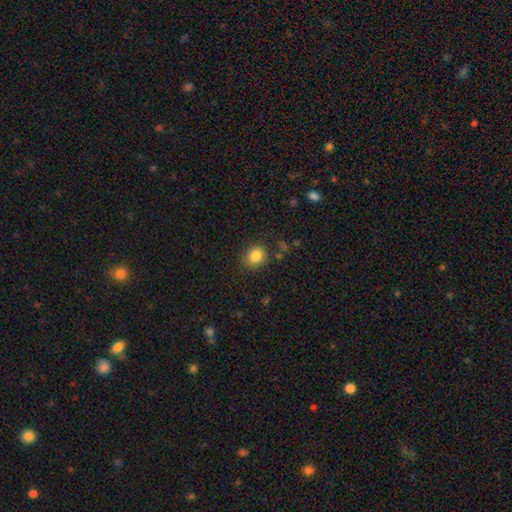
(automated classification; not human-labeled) This appears to be a smooth galaxy with no disk features (84%) that is round (68%). Merging: none (84%).